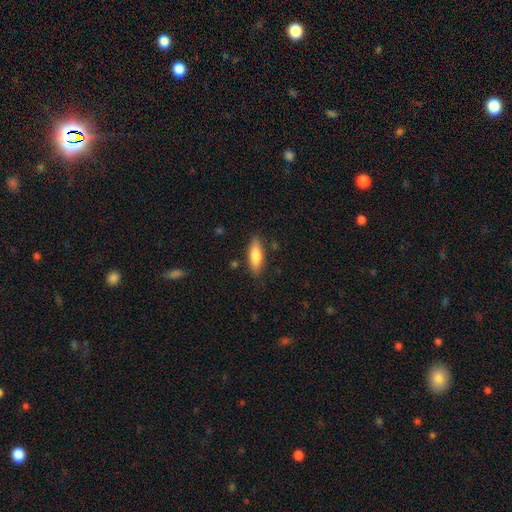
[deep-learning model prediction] This is likely a smooth galaxy (77%). How rounded: possibly in between (55%). Merging: clearly none (83%).